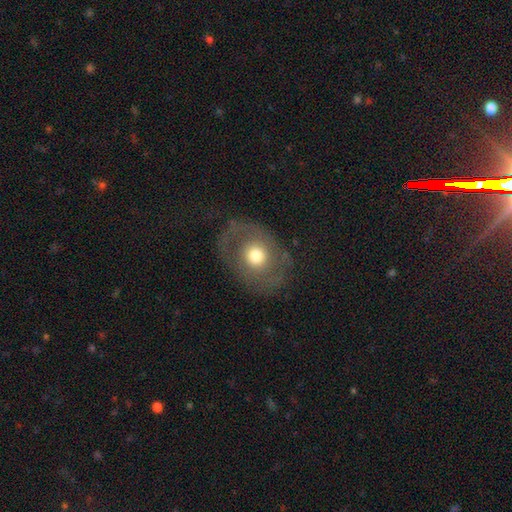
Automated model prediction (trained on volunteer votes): A smooth galaxy with no disk features (52%) that is in between round and cigar-shaped (54%).

Vote fractions:
- Smooth or featured? smooth: 52% / featured or disk: 40% / star or artifact: 8%
- How rounded? in between: 54% / round: 45% / cigar-shaped: 1%
- Merging? none: 75% / minor disturbance: 14% / major disturbance: 11% / merger: 1%